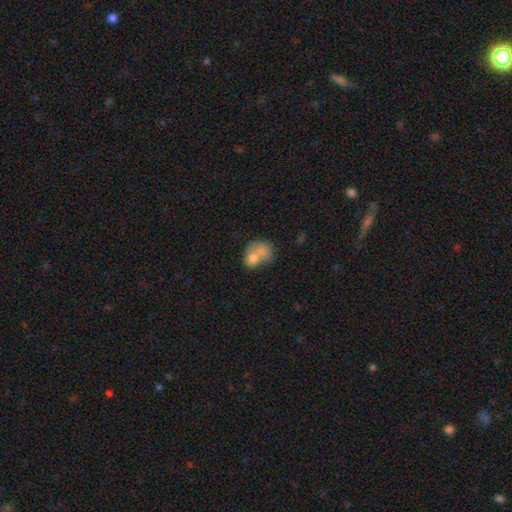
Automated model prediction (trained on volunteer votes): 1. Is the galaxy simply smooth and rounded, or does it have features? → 72% smooth, 20% featured or disk, 9% star or artifact.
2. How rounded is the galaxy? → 57% in between, 42% round, 1% cigar-shaped.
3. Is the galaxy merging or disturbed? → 58% merger, 21% none, 12% minor disturbance, 10% major disturbance.